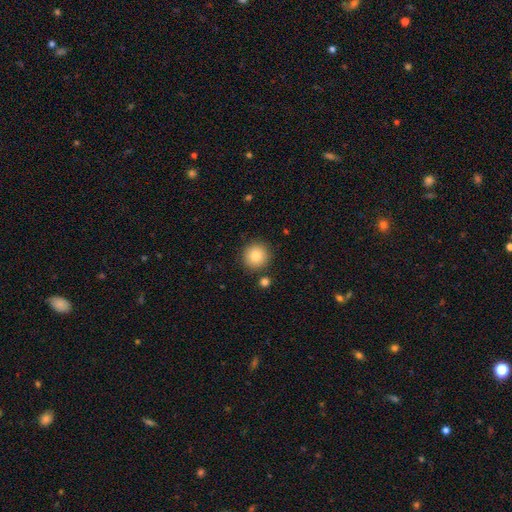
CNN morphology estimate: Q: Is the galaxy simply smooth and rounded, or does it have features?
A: smooth — 83%.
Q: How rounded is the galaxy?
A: round — 94%.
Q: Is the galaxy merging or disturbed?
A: none — 86%.